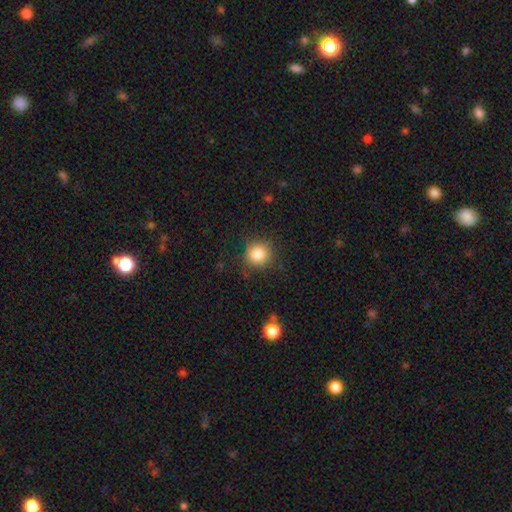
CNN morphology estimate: Smooth or featured?
  - smooth: 85% *
  - star or artifact: 10%
  - featured or disk: 5%
How rounded?
  - round: 91% *
  - in between: 8%
  - cigar-shaped: 1%
Merging?
  - none: 85% *
  - minor disturbance: 11%
  - major disturbance: 3%
  - merger: 2%